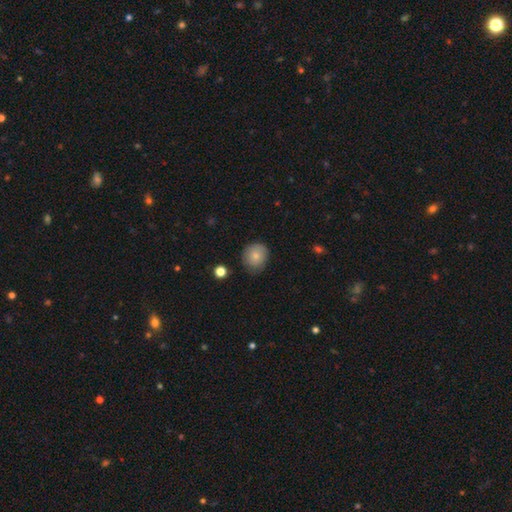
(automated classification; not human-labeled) A smooth galaxy with no disk features (80%) that is round (80%). Merging: none (73%).